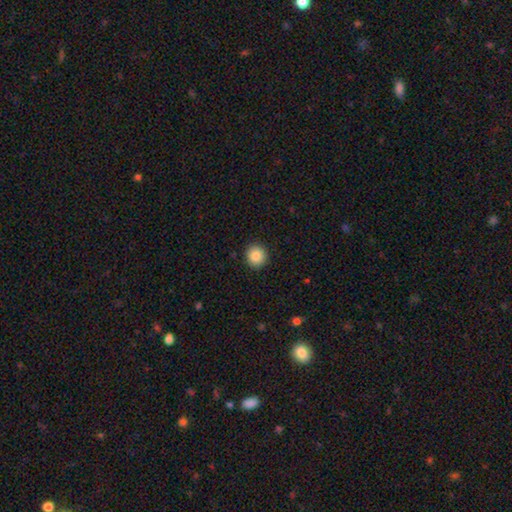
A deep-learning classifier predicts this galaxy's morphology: Smooth or featured?
  - smooth: 87% *
  - star or artifact: 9%
  - featured or disk: 4%
How rounded?
  - round: 90% *
  - in between: 9%
  - cigar-shaped: 1%
Merging?
  - none: 92% *
  - minor disturbance: 5%
  - major disturbance: 2%
  - merger: 1%